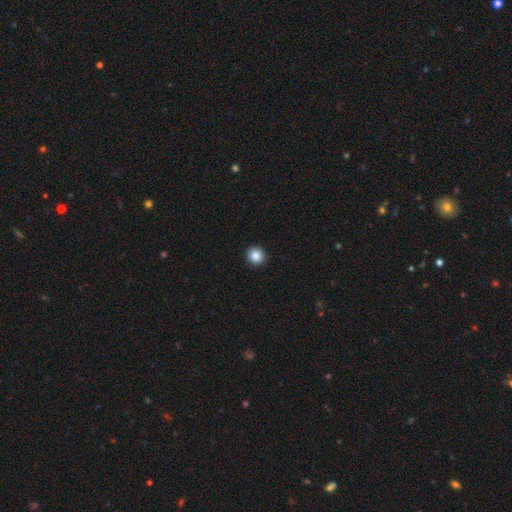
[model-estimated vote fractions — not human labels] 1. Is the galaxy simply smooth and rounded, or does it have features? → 87% smooth, 9% star or artifact, 4% featured or disk.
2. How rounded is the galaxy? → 92% round, 7% in between, 1% cigar-shaped.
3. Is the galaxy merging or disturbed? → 93% none, 4% minor disturbance, 1% major disturbance, 1% merger.